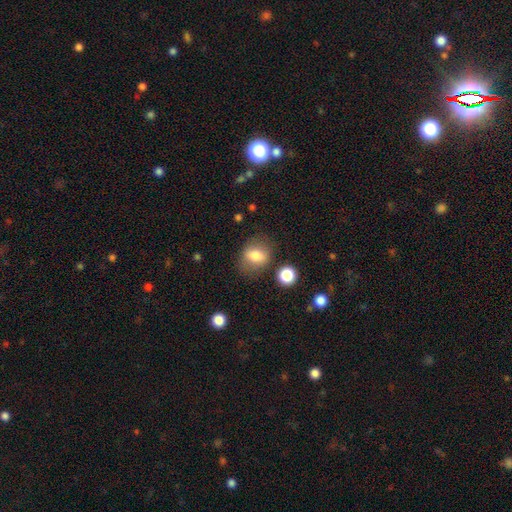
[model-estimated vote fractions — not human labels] This appears to be a smooth galaxy with no disk features (75%) that is in between round and cigar-shaped (61%). Merging: none (71%).